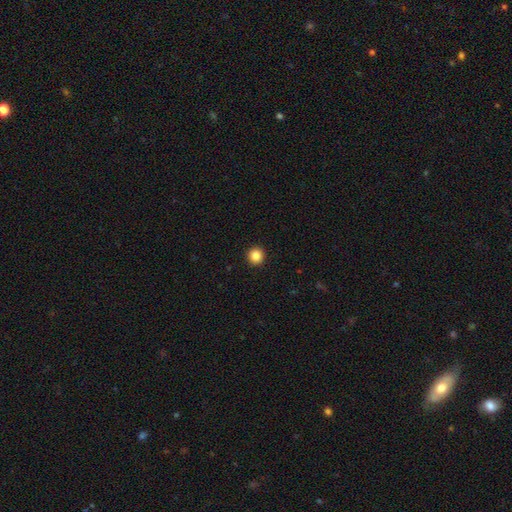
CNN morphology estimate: Smooth or featured? smooth (86%)
How rounded? round (94%)
Merging? none (94%)